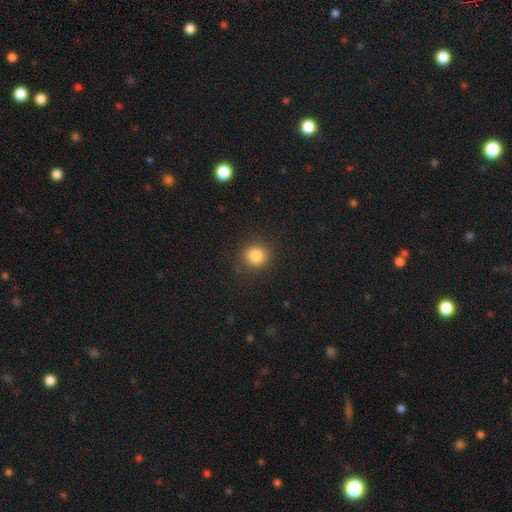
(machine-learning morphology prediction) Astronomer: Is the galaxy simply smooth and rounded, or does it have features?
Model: smooth — 84%.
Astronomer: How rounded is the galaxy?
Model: round — 88%.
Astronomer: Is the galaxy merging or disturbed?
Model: none — 86%.